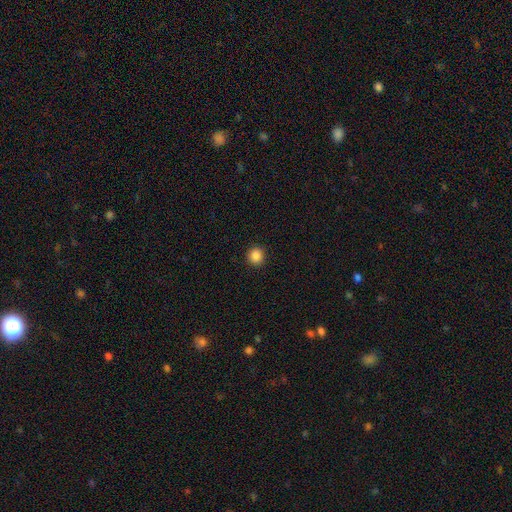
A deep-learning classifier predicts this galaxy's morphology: Smooth or featured: smooth — 87% (star or artifact — 10%)
How rounded: round — 93% (in between — 6%)
Merging: none — 93% (minor disturbance — 5%)